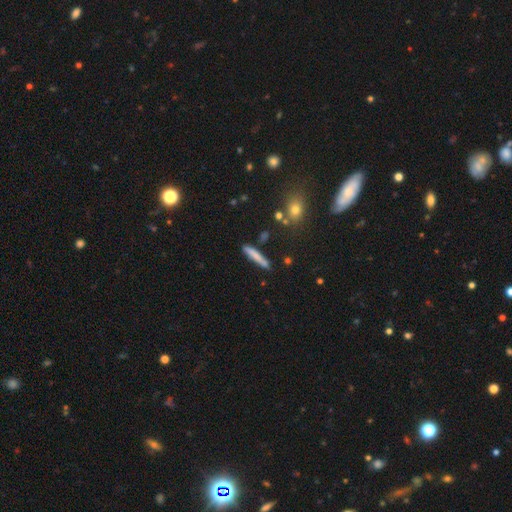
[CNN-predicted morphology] This appears to be a smooth galaxy with no disk features (72%) that is cigar-shaped (92%). Merging: none (78%).